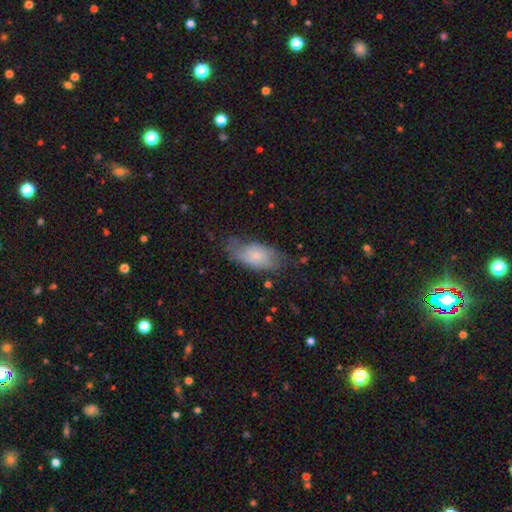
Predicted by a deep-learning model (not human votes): smooth 54%, featured or disk 38%, star or artifact 8%. Down the decision tree: how rounded — in between (90%); merging — none (53%).